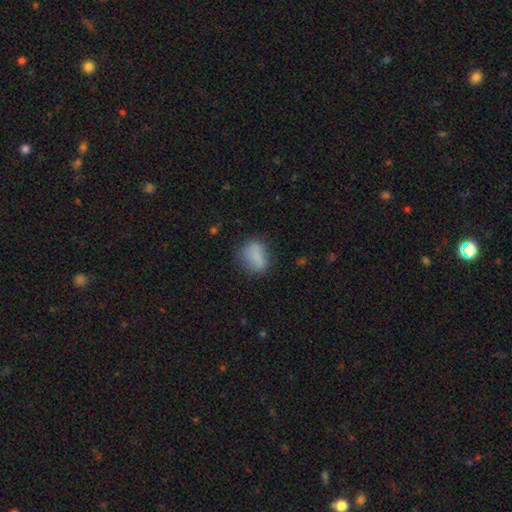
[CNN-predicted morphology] Smooth or featured? Predicted: smooth (p=0.77). How rounded? Predicted: in between (p=0.63). Merging? Predicted: none (p=0.65).